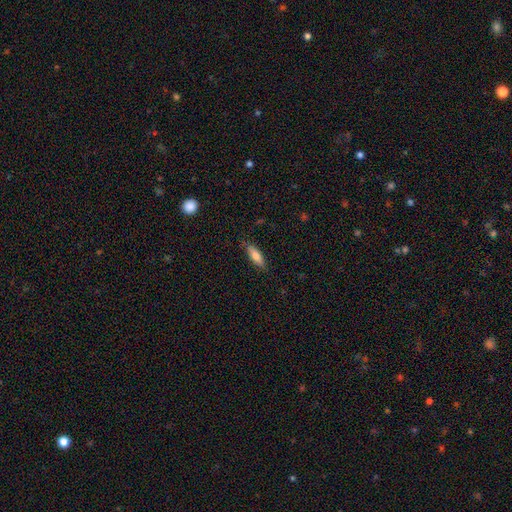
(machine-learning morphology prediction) Q: Smooth or featured?
A: smooth (75%); runner-up: featured or disk (18%)
Q: How rounded?
A: in between (51%); runner-up: cigar-shaped (47%)
Q: Merging?
A: none (82%); runner-up: minor disturbance (14%)